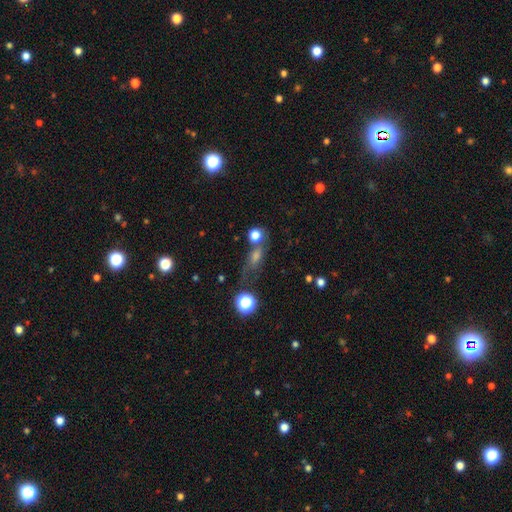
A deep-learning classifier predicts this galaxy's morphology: This appears to be a smooth galaxy with no disk features (46%). Merging: none (51%).